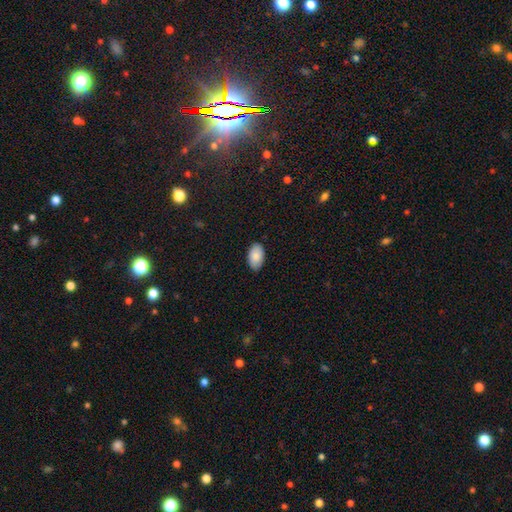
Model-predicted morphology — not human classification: Smooth or featured? smooth (87%)
How rounded? in between (95%)
Merging? none (86%)